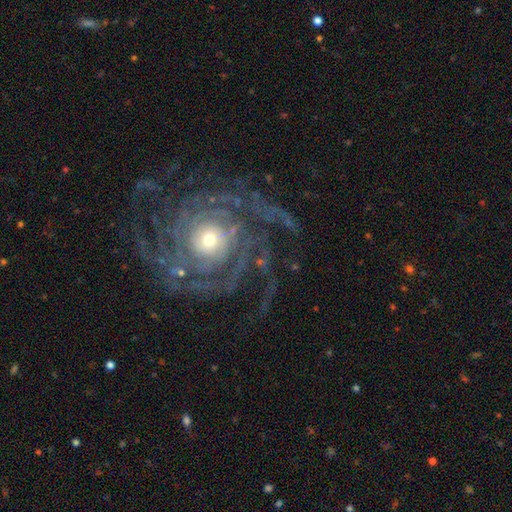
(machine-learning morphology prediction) A featured or disk galaxy (89%) with no bar (74%), 3 (23%) tight (66%) spiral arms (98%) and a moderate central bulge (54%).

Vote fractions:
- Smooth or featured? featured or disk: 89% / star or artifact: 7% / smooth: 4%
- Edge-on disk? no: 98% / yes: 2%
- Bar? no: 74% / weak: 18% / strong: 8%
- Spiral arms? yes: 98% / no: 2%
- Spiral winding? tight: 66% / medium: 29% / loose: 6%
- Spiral arm count? 3: 23% / 4: 21% / can't tell: 18% / more than 4: 15% / 2: 14% / 1: 9%
- Bulge size? moderate: 54% / small: 37% / large: 6% / none: 1% / dominant: 1%
- Merging? none: 76% / minor disturbance: 13% / major disturbance: 9% / merger: 1%